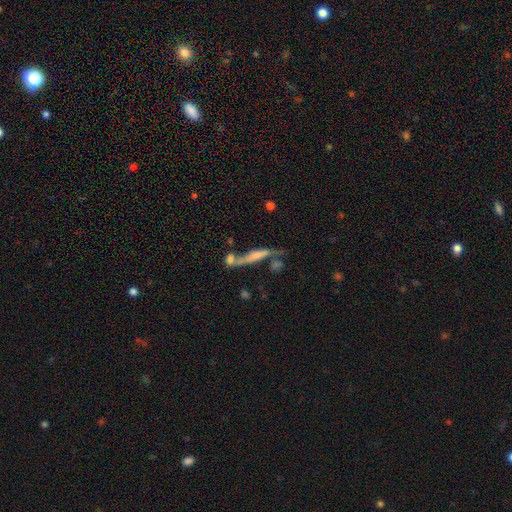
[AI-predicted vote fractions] featured or disk 51%, smooth 39%, star or artifact 10%. Down the decision tree: edge-on disk — yes (74%); merging — none (44%).